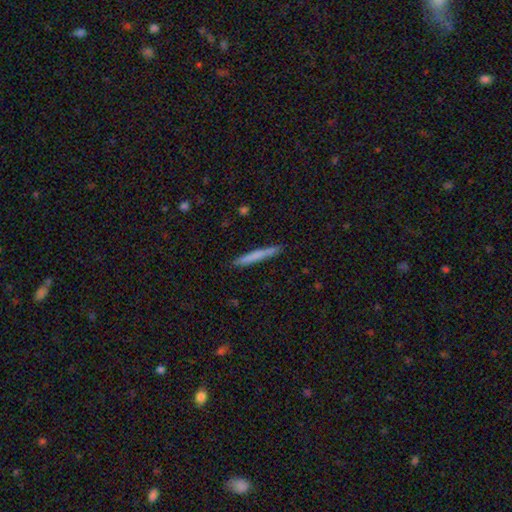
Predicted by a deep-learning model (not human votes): This is likely a smooth galaxy (69%). How rounded: clearly cigar-shaped (96%). Merging: clearly none (88%).